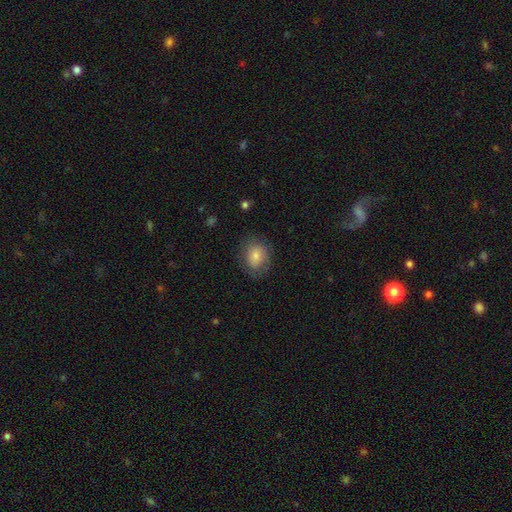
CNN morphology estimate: This appears to be a smooth galaxy with no disk features (76%) that is round (55%). Merging: none (77%).